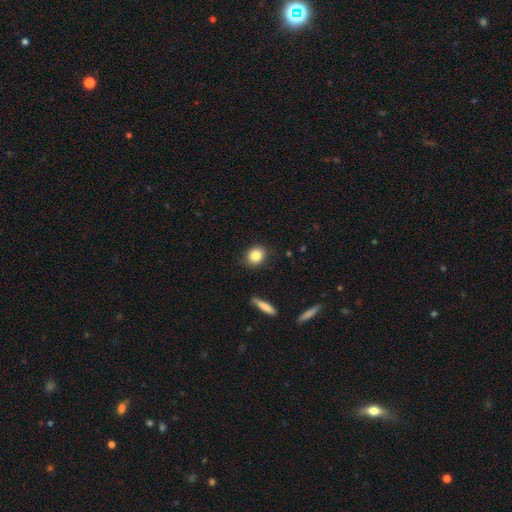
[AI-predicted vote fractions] A smooth galaxy with no disk features (83%) that is round (65%). Merging: none (88%).